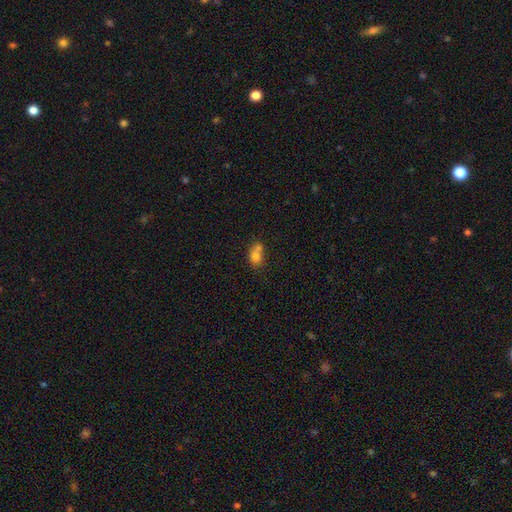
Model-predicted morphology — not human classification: A smooth galaxy with no disk features (75%) that is in between round and cigar-shaped (50%).

Vote fractions:
- Smooth or featured? smooth: 75% / featured or disk: 13% / star or artifact: 12%
- How rounded? in between: 50% / round: 49% / cigar-shaped: 1%
- Merging? merger: 54% / none: 32% / minor disturbance: 10% / major disturbance: 4%